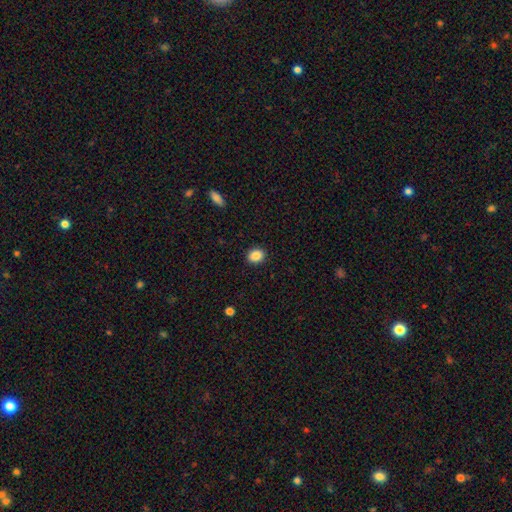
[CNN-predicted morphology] The model was most divided on "how rounded": round: 52%, in between: 47%, cigar-shaped: 1%. More confident: merging — none (91%); smooth or featured — smooth (88%).